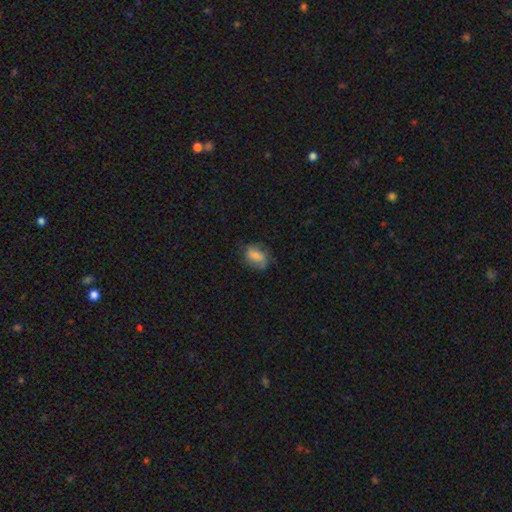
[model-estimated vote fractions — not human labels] A smooth galaxy with no disk features (66%) that is in between round and cigar-shaped (76%).

Vote fractions:
- Smooth or featured? smooth: 66% / featured or disk: 25% / star or artifact: 9%
- How rounded? in between: 76% / round: 21% / cigar-shaped: 3%
- Merging? none: 61% / minor disturbance: 26% / major disturbance: 12% / merger: 2%